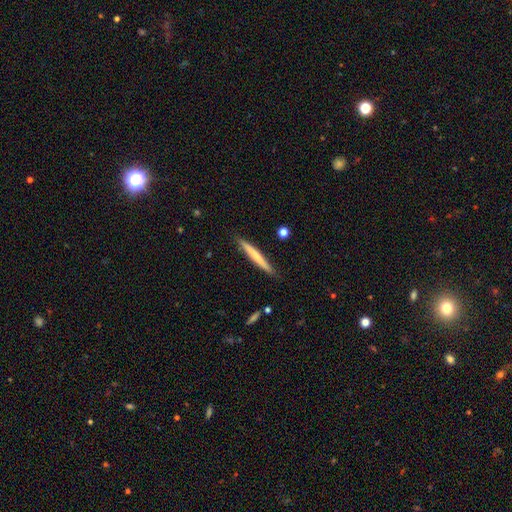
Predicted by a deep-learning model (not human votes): Smooth or featured? Predicted: smooth (p=0.58). How rounded? Predicted: cigar-shaped (p=0.96). Merging? Predicted: none (p=0.89).